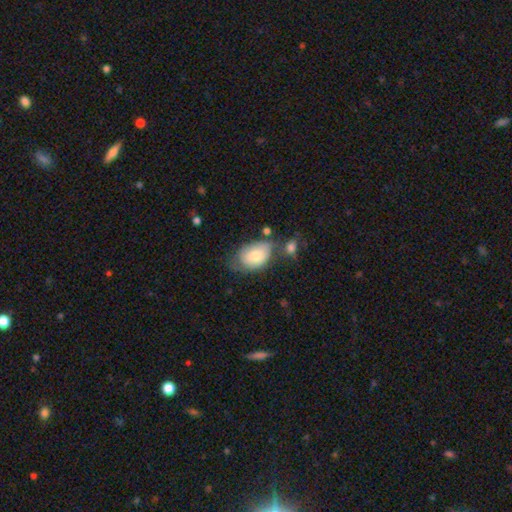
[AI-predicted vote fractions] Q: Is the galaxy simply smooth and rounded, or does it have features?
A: smooth — 74%.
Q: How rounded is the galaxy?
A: in between — 84%.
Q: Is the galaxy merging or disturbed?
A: none — 37%.